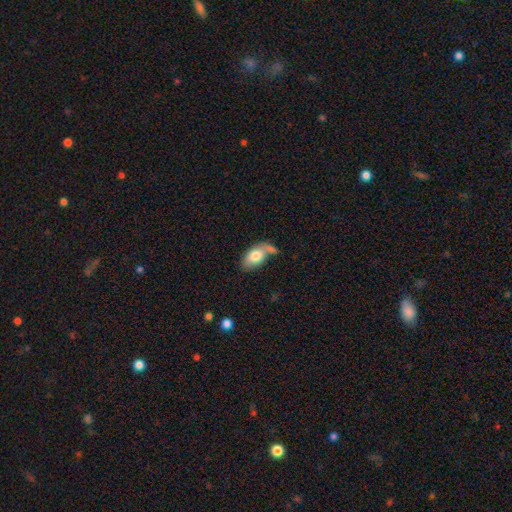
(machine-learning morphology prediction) Q: Smooth or featured?
A: smooth (76%); runner-up: featured or disk (18%)
Q: How rounded?
A: in between (91%); runner-up: round (7%)
Q: Merging?
A: none (38%); runner-up: merger (29%)